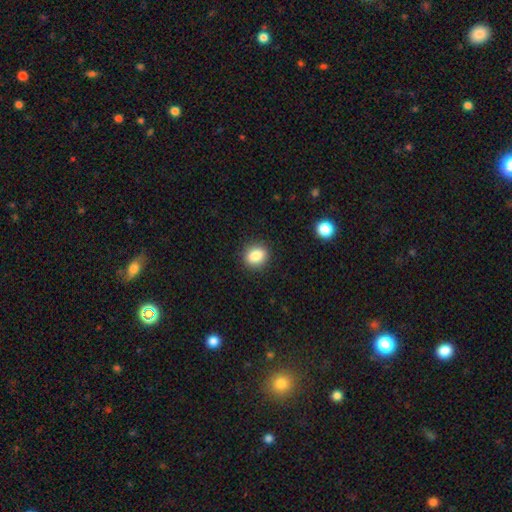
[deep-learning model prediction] This is clearly a smooth galaxy (85%). How rounded: possibly round (59%). Merging: clearly none (90%).